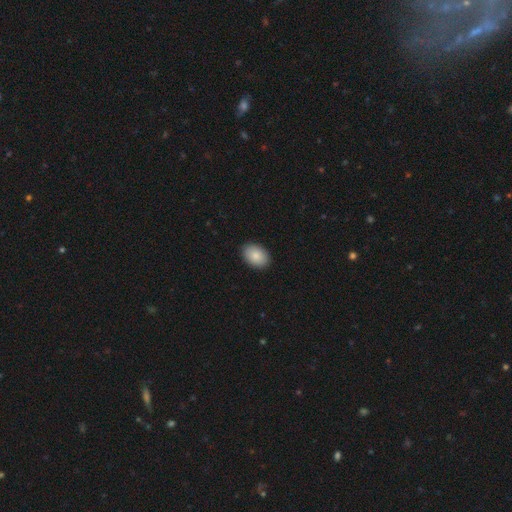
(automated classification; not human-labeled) Smooth or featured? Predicted: smooth (p=0.87). How rounded? Predicted: in between (p=0.83). Merging? Predicted: none (p=0.90).